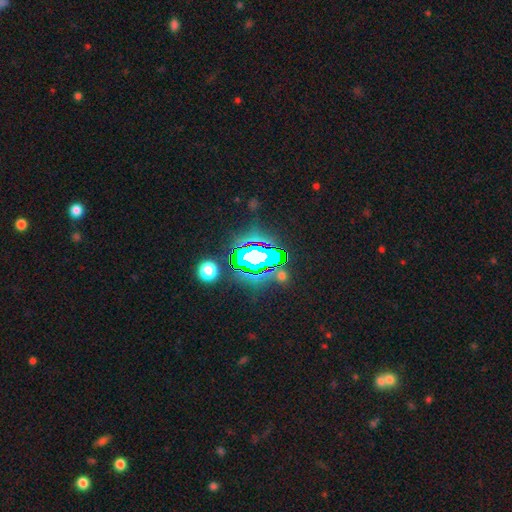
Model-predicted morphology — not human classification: This is likely a star or artifact rather than a galaxy (66%).